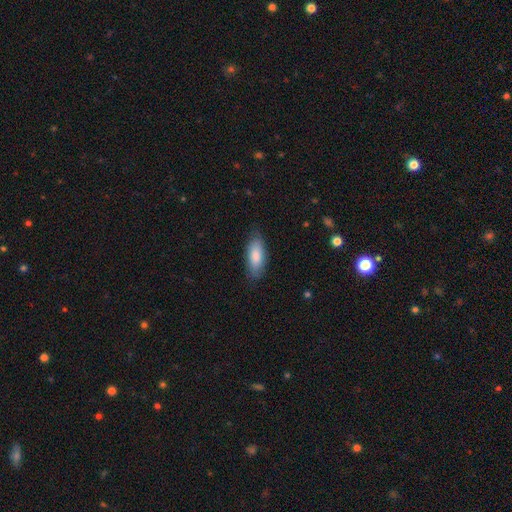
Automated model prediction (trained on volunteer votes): The model was most divided on "how rounded": in between: 80%, cigar-shaped: 18%, round: 2%. More confident: smooth or featured — smooth (84%); merging — none (81%).